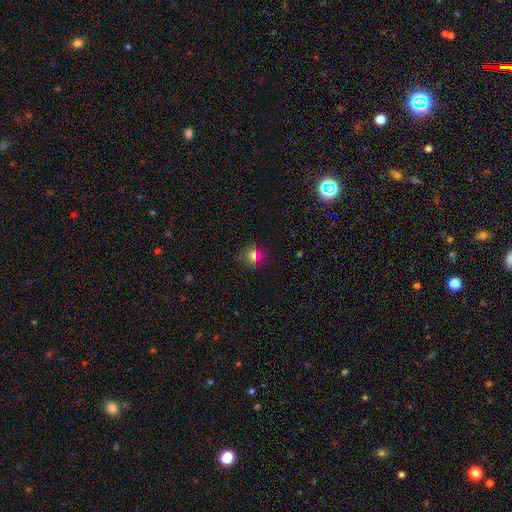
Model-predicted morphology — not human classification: Smooth or featured: smooth — 70% (star or artifact — 20%)
How rounded: round — 82% (in between — 17%)
Merging: none — 80% (minor disturbance — 12%)